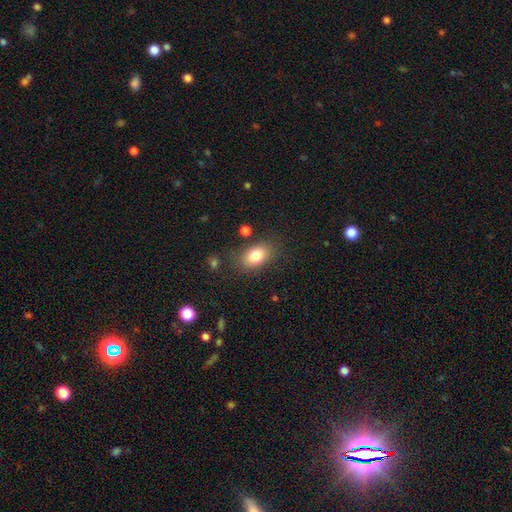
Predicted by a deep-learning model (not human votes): Smooth or featured? smooth (81%)
How rounded? in between (86%)
Merging? none (80%)